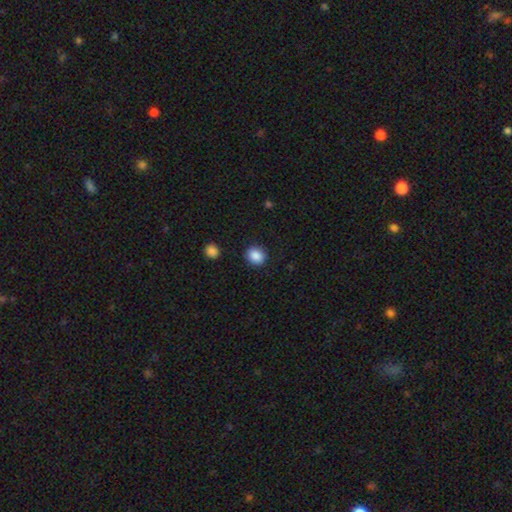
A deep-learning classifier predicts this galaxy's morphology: The model was most divided on "how rounded": round: 68%, in between: 31%, cigar-shaped: 1%. More confident: merging — none (88%); smooth or featured — smooth (87%).